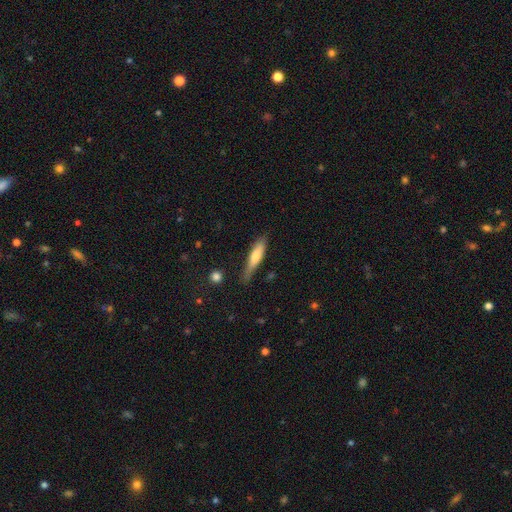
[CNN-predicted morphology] Smooth or featured: smooth — 65% (featured or disk — 30%)
How rounded: cigar-shaped — 82% (in between — 16%)
Merging: none — 70% (minor disturbance — 23%)